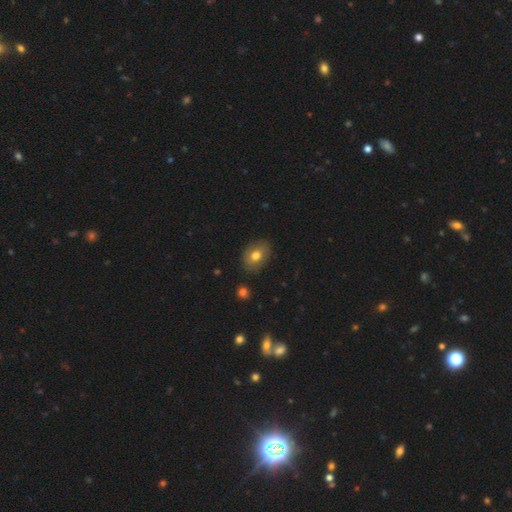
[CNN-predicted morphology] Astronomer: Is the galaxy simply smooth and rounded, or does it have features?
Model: smooth — 73%.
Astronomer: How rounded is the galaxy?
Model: in between — 72%.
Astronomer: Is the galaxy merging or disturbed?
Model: none — 85%.